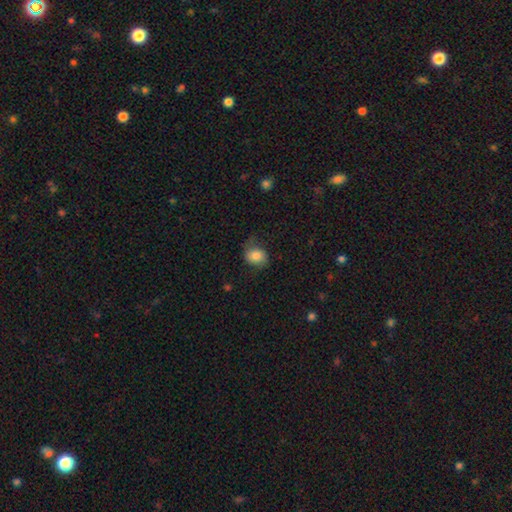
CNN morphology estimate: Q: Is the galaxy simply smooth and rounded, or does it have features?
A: smooth — 70%.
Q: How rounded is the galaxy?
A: round — 50%.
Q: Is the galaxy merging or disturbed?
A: none — 62%.